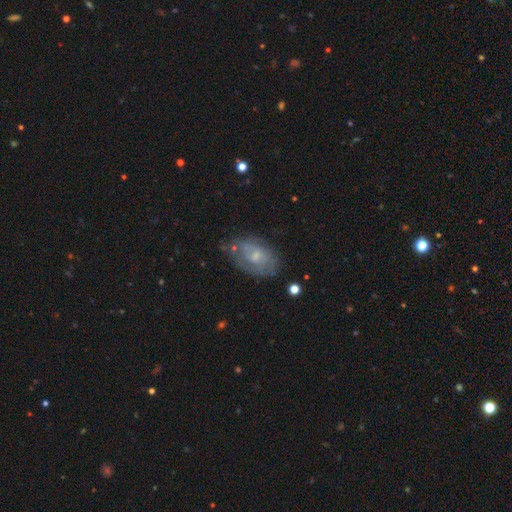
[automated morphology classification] This is possibly a featured or disk galaxy (55%). It is clearly not viewed edge-on (95%). Bar: likely no (67%). Spiral arm pattern: possibly yes (58%). Central bulge: possibly small (53%). Merging: possibly none (55%).